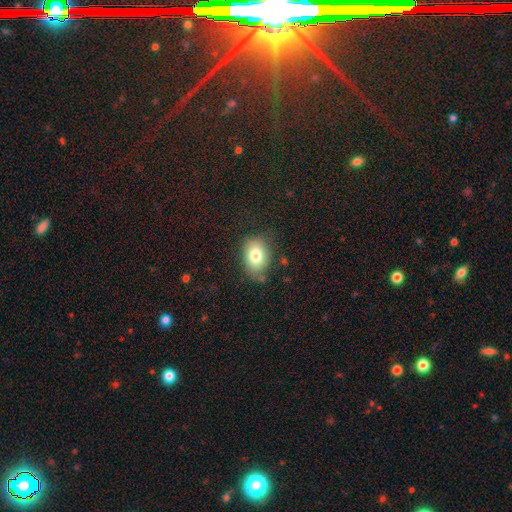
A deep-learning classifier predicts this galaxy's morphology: smooth 80%, featured or disk 11%, star or artifact 9%. Down the decision tree: how rounded — in between (73%); merging — none (75%).